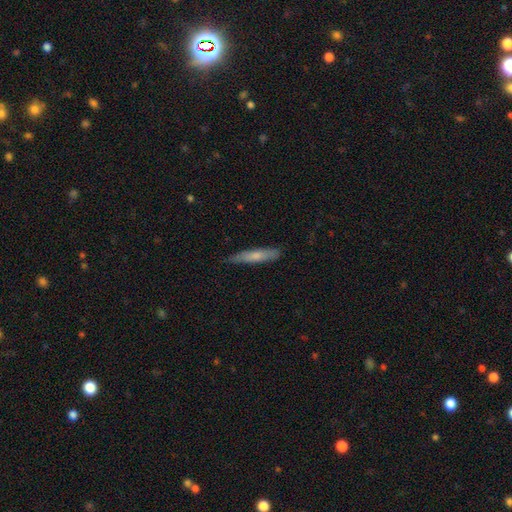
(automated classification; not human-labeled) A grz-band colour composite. It shows a smooth galaxy with no disk features (65%) that is cigar-shaped (89%). Merging: none (80%).